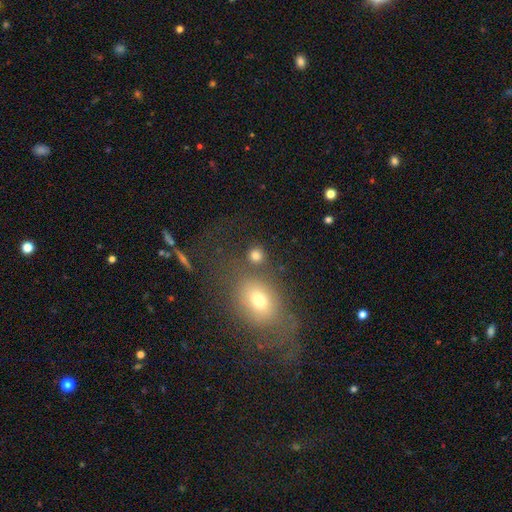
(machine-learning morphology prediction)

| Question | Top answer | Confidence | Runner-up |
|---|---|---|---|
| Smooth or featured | smooth | 80% | star or artifact (13%) |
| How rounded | round | 83% | in between (16%) |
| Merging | none | 75% | merger (12%) |